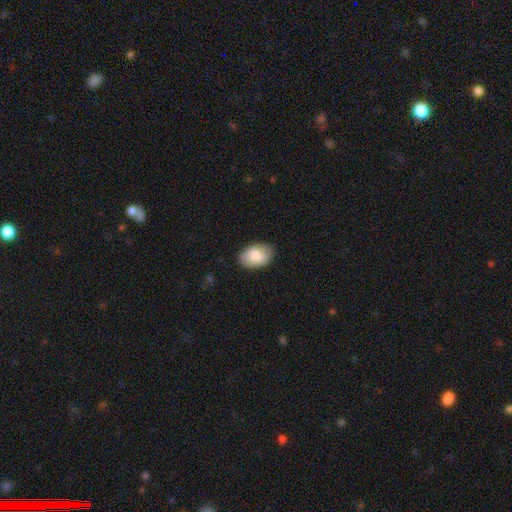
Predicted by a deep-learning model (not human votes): Morphology: type=smooth (85%); roundness=in between (89%); merging=none (85%).